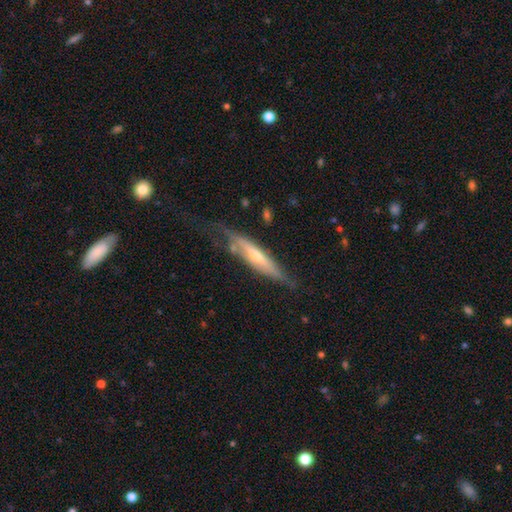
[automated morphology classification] This is likely a featured or disk galaxy (67%). It is clearly viewed edge-on (80%). Edge-on bulge: likely rounded (68%). Merging: possibly none (52%).